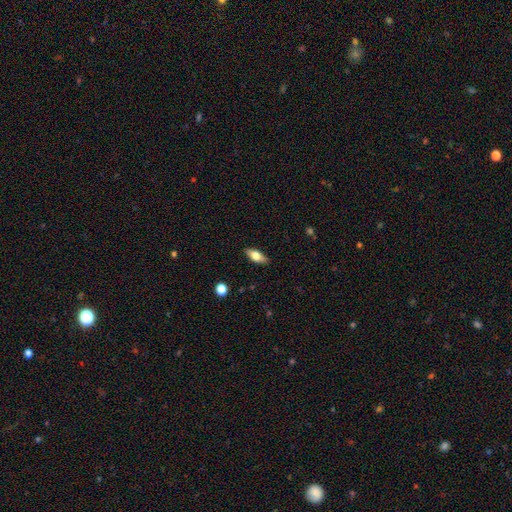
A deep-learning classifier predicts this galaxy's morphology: Smooth or featured: smooth — 63% (featured or disk — 30%)
How rounded: in between — 78% (cigar-shaped — 18%)
Merging: none — 87% (minor disturbance — 10%)